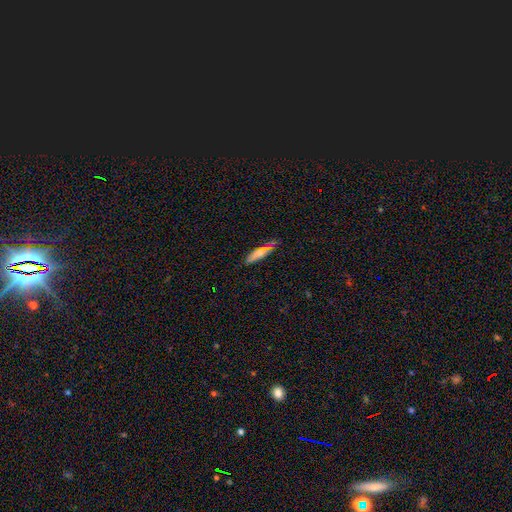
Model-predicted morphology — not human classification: Smooth or featured?
  - smooth: 52% *
  - featured or disk: 41%
  - star or artifact: 7%
How rounded?
  - cigar-shaped: 89% *
  - in between: 9%
  - round: 2%
Merging?
  - none: 81% *
  - minor disturbance: 15%
  - major disturbance: 2%
  - merger: 2%